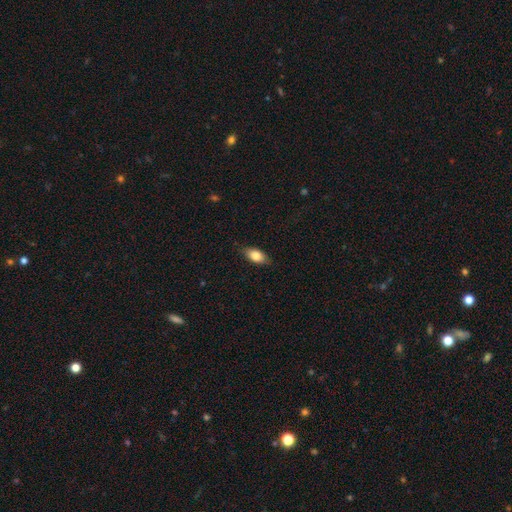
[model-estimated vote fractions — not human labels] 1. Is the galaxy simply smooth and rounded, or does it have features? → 79% smooth, 13% featured or disk, 7% star or artifact.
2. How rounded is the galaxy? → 86% in between, 9% cigar-shaped, 5% round.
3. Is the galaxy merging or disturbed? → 82% none, 14% minor disturbance, 3% major disturbance, 1% merger.